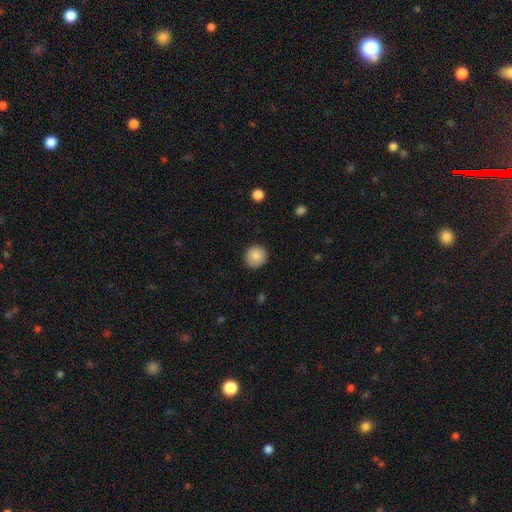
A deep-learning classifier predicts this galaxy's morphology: Smooth or featured?
  - smooth: 87% *
  - star or artifact: 8%
  - featured or disk: 5%
How rounded?
  - round: 92% *
  - in between: 7%
  - cigar-shaped: 1%
Merging?
  - none: 90% *
  - minor disturbance: 7%
  - major disturbance: 2%
  - merger: 1%